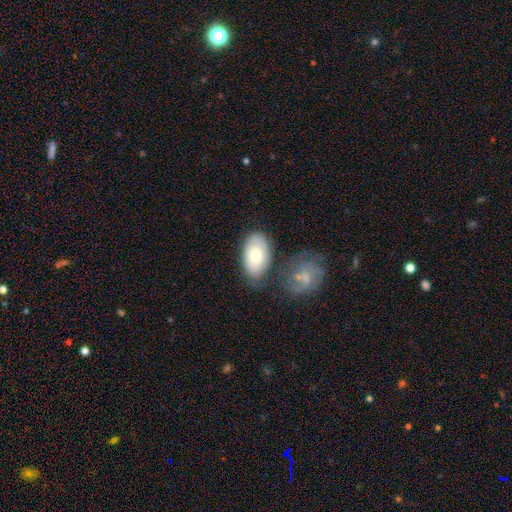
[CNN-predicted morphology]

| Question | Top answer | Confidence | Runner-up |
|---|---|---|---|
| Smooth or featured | smooth | 70% | featured or disk (24%) |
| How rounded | in between | 92% | round (6%) |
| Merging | none | 68% | minor disturbance (17%) |